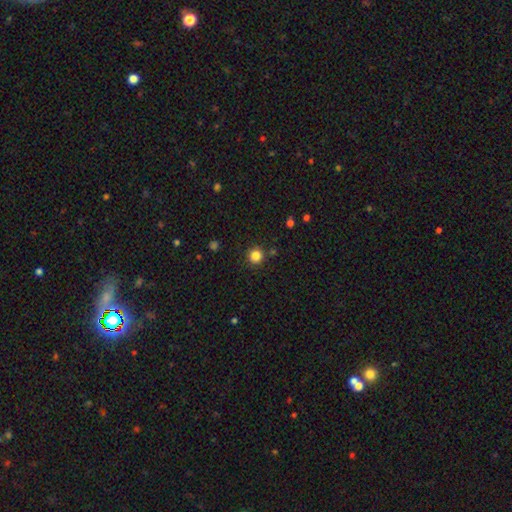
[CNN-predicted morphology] The model was most divided on "smooth or featured": smooth: 84%, star or artifact: 12%, featured or disk: 4%. More confident: how rounded — round (94%); merging — none (89%).